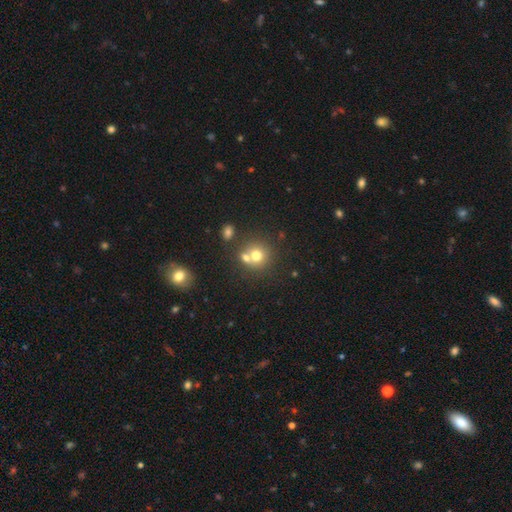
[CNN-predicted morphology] smooth_or_featured: smooth (p=0.71) [alt: featured or disk p=0.15]
how_rounded: round (p=0.87) [alt: in between p=0.12]
merging: none (p=0.52) [alt: merger p=0.37]